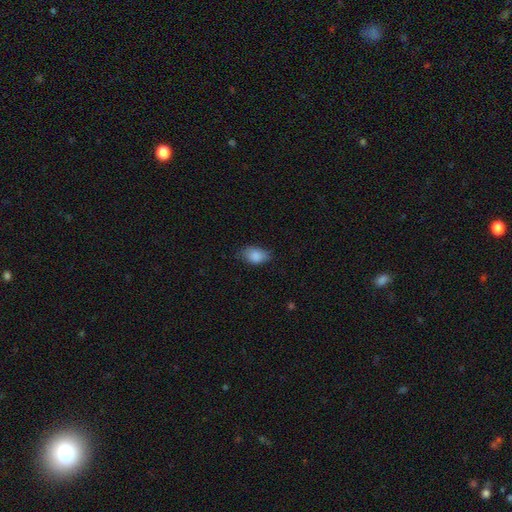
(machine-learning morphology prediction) type=smooth (86%); roundness=in between (87%); merging=none (68%).